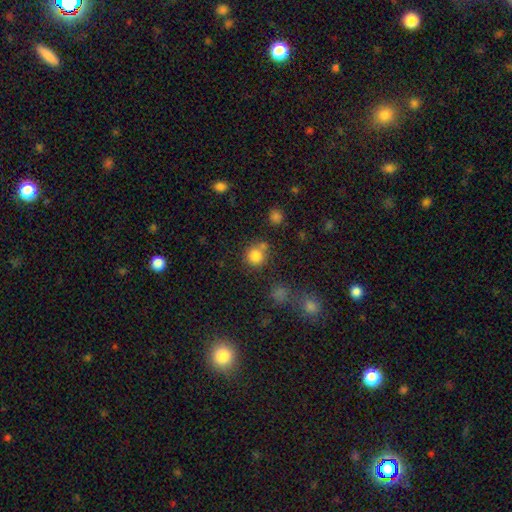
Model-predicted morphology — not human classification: Smooth or featured? Predicted: smooth (p=0.83). How rounded? Predicted: round (p=0.90). Merging? Predicted: none (p=0.68).